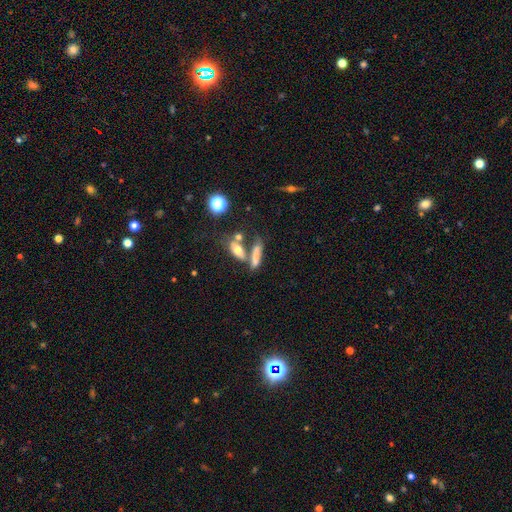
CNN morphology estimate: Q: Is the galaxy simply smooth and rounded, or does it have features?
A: smooth — 67%.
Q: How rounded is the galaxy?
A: cigar-shaped — 54%.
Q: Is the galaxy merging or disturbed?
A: none — 43%.